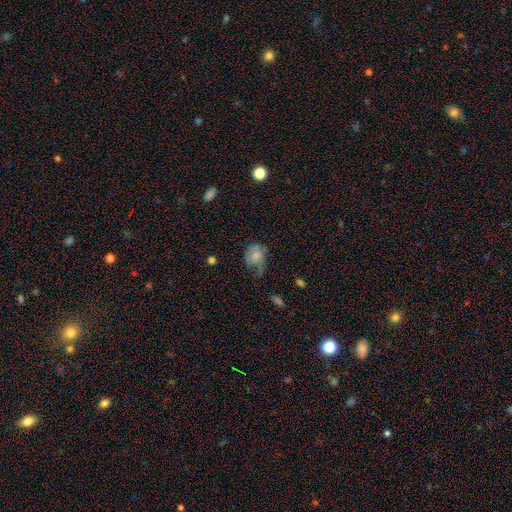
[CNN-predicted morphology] Smooth or featured? Predicted: smooth (p=0.63). How rounded? Predicted: in between (p=0.52). Merging? Predicted: none (p=0.35).